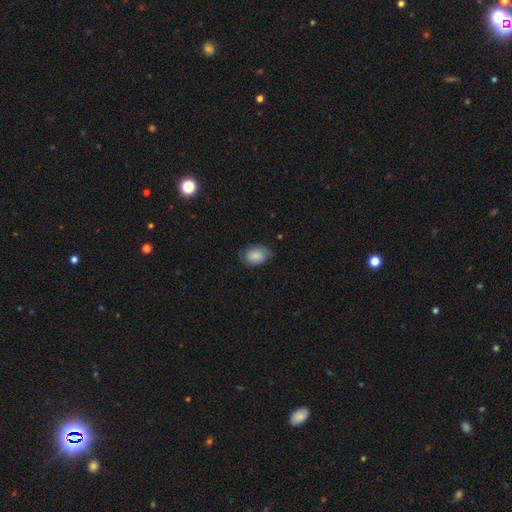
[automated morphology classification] smooth 83%, featured or disk 9%, star or artifact 7%. Down the decision tree: how rounded — in between (77%); merging — none (73%).